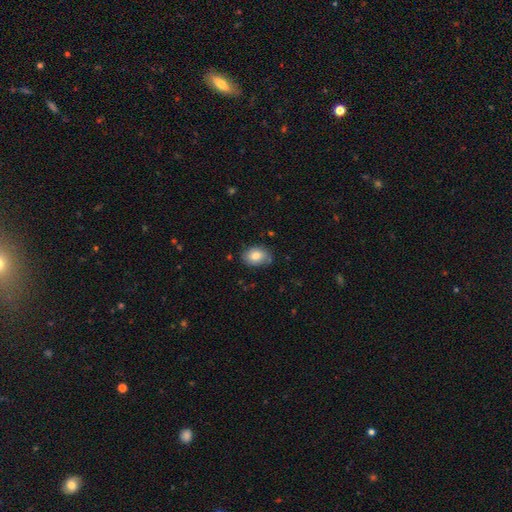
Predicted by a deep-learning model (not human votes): smooth 81%, featured or disk 11%, star or artifact 8%. Down the decision tree: how rounded — in between (79%); merging — none (79%).